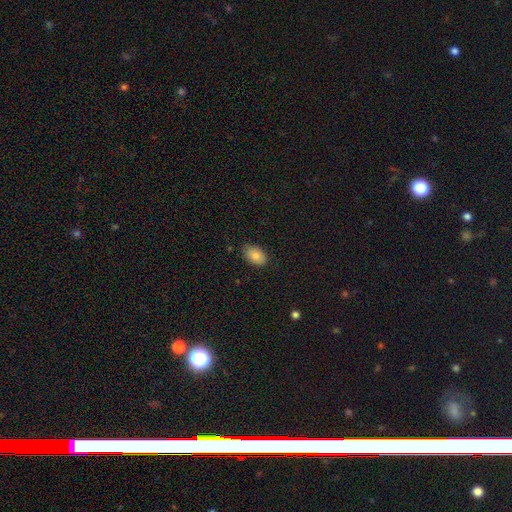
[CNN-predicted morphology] This is clearly a smooth galaxy (83%). How rounded: clearly in between (91%). Merging: clearly none (81%).